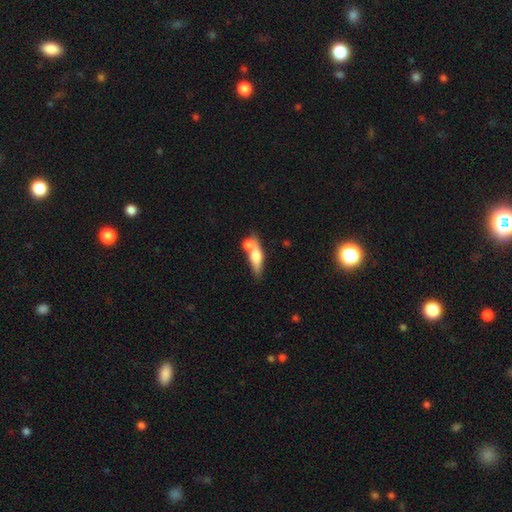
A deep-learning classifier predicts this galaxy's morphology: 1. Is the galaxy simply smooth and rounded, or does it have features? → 58% smooth, 35% featured or disk, 7% star or artifact.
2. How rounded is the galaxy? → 52% in between, 38% cigar-shaped, 10% round.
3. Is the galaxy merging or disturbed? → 52% merger, 30% none, 11% minor disturbance, 7% major disturbance.